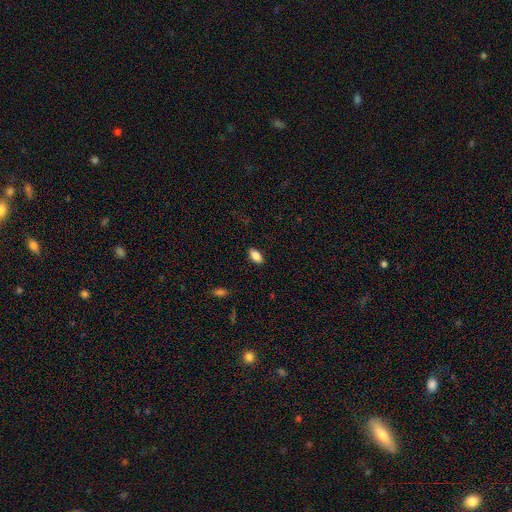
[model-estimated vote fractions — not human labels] This appears to be a smooth galaxy with no disk features (87%) that is in between round and cigar-shaped (92%). Merging: none (87%).